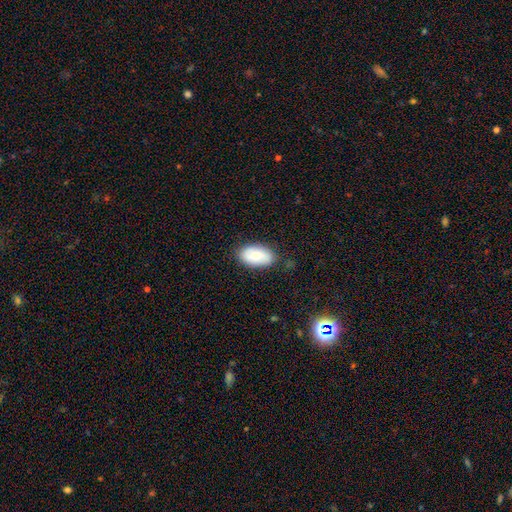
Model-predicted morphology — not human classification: A smooth galaxy with no disk features (73%) that is in between round and cigar-shaped (94%). Merging: none (82%).